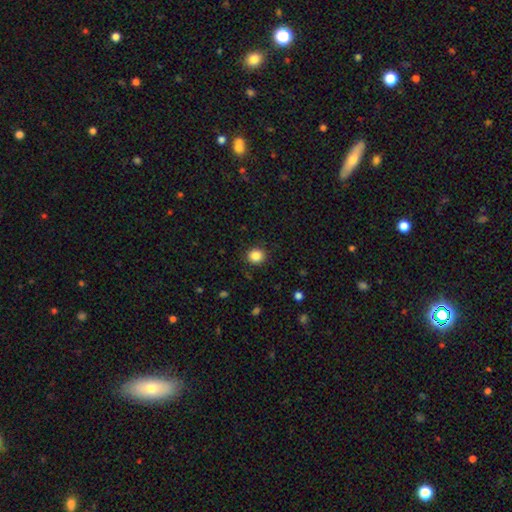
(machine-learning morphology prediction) Smooth or featured: smooth — 85% (star or artifact — 11%)
How rounded: round — 87% (in between — 12%)
Merging: none — 90% (minor disturbance — 7%)